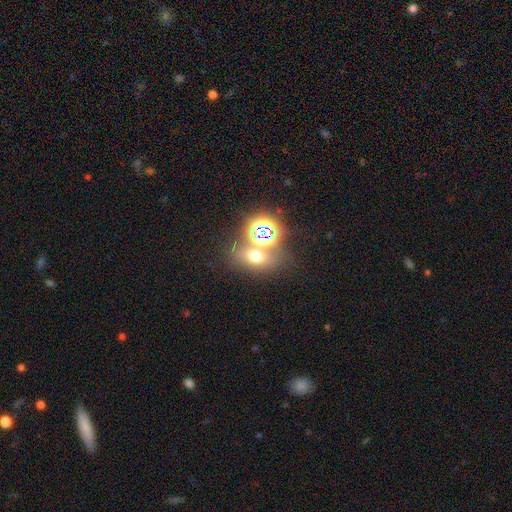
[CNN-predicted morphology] Smooth or featured? Predicted: smooth (p=0.51). How rounded? Predicted: in between (p=0.54). Merging? Predicted: none (p=0.56).